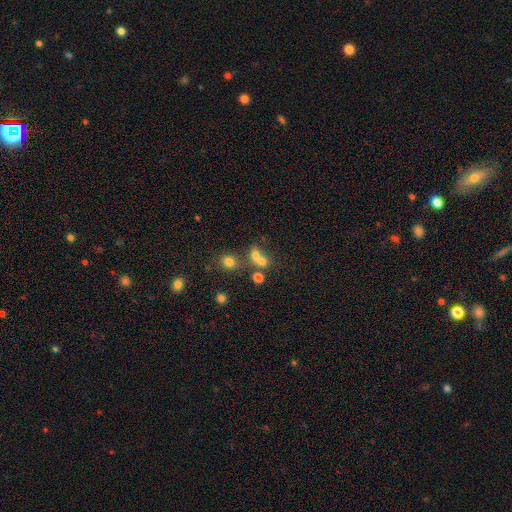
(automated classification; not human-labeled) Smooth or featured? Predicted: smooth (p=0.65). How rounded? Predicted: round (p=0.67). Merging? Predicted: merger (p=0.53).